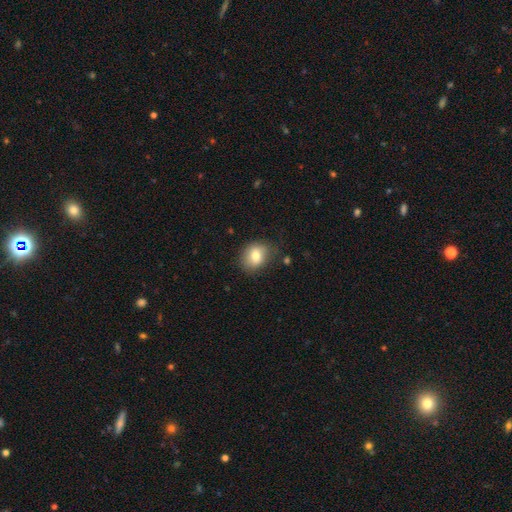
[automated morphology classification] type=smooth (78%); roundness=in between (52%); merging=none (73%).